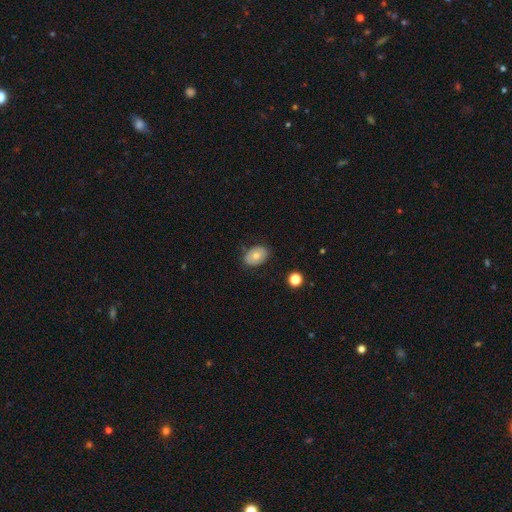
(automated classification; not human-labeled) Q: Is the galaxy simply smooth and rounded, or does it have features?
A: smooth — 71%.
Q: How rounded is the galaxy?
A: in between — 82%.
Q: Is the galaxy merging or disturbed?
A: none — 84%.